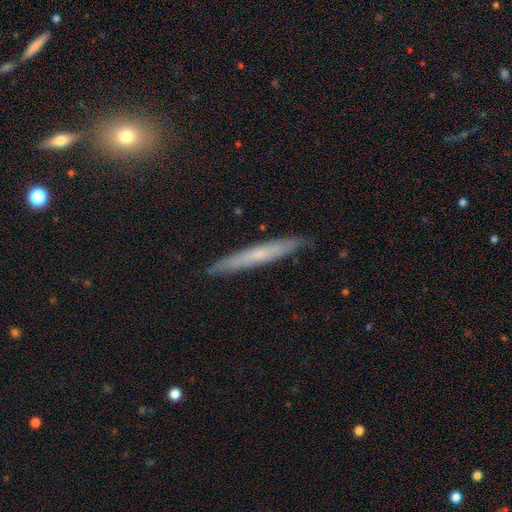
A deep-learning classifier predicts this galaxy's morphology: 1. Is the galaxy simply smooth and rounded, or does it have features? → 48% featured or disk, 45% smooth, 7% star or artifact.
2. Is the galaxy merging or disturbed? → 89% none, 8% minor disturbance, 1% major disturbance, 1% merger.